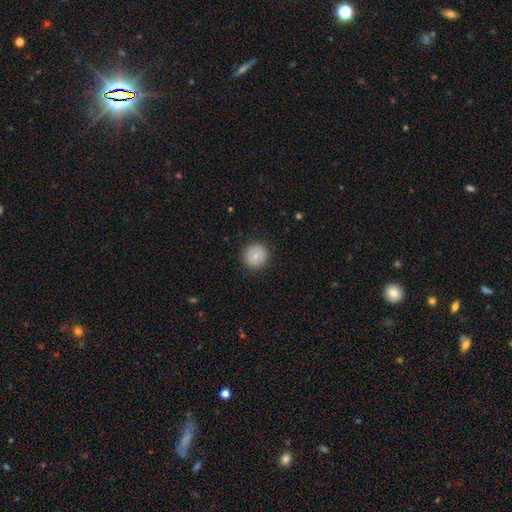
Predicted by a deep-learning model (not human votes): Smooth or featured: smooth — 77% (featured or disk — 16%)
How rounded: round — 91% (in between — 8%)
Merging: none — 89% (minor disturbance — 7%)